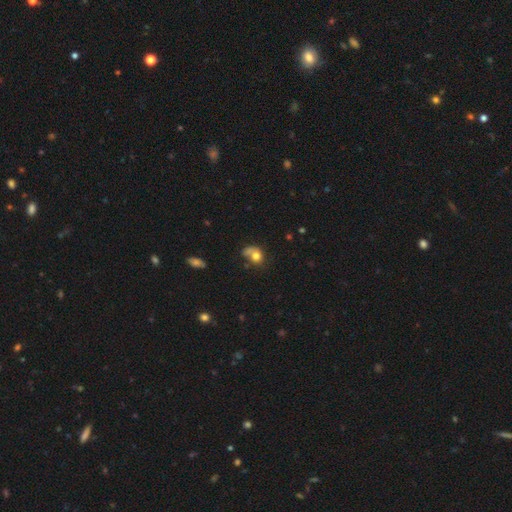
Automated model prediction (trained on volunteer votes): A smooth galaxy with no disk features (69%) that is round (58%). Merging: none (36%).